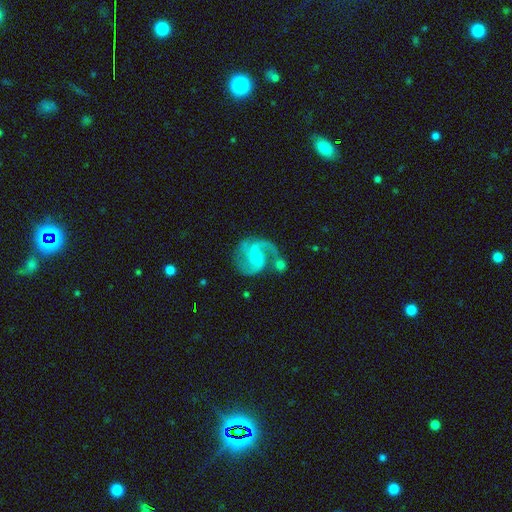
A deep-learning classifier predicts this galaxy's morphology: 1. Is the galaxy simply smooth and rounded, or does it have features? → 88% featured or disk, 7% smooth, 5% star or artifact.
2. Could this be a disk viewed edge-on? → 98% no, 2% yes.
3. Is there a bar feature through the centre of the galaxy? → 46% weak, 43% no, 12% strong.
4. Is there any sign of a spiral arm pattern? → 97% yes, 3% no.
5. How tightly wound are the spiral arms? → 56% medium, 30% loose, 14% tight.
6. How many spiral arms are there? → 65% 2, 20% 3, 5% can't tell, 4% 1, 3% 4, 3% more than 4.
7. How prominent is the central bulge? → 67% small, 25% moderate, 6% none, 1% large, 1% dominant.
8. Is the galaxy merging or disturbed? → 51% none, 19% minor disturbance, 17% merger, 13% major disturbance.